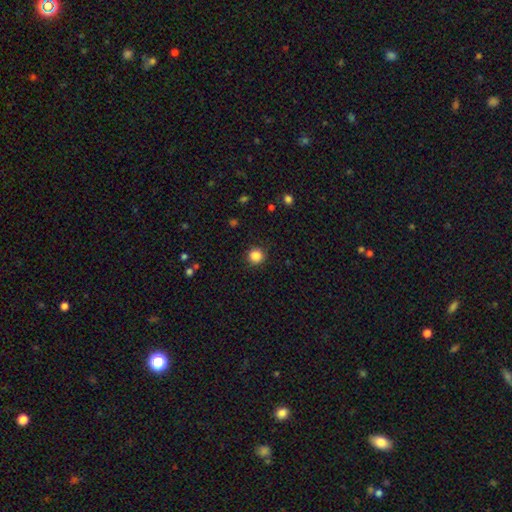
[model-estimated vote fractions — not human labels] smooth 86%, star or artifact 11%, featured or disk 3%. Down the decision tree: how rounded — round (94%); merging — none (91%).